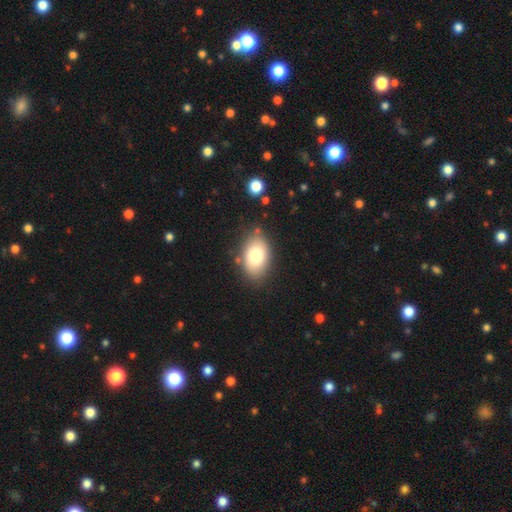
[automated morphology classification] A smooth galaxy with no disk features (78%) that is in between round and cigar-shaped (87%).

Vote fractions:
- Smooth or featured? smooth: 78% / featured or disk: 13% / star or artifact: 8%
- How rounded? in between: 87% / round: 12% / cigar-shaped: 1%
- Merging? none: 82% / minor disturbance: 12% / major disturbance: 3% / merger: 3%